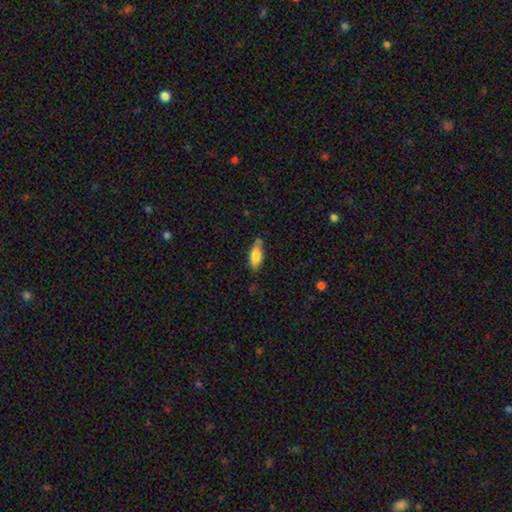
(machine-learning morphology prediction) type=smooth (77%); roundness=in between (72%); merging=none (67%).